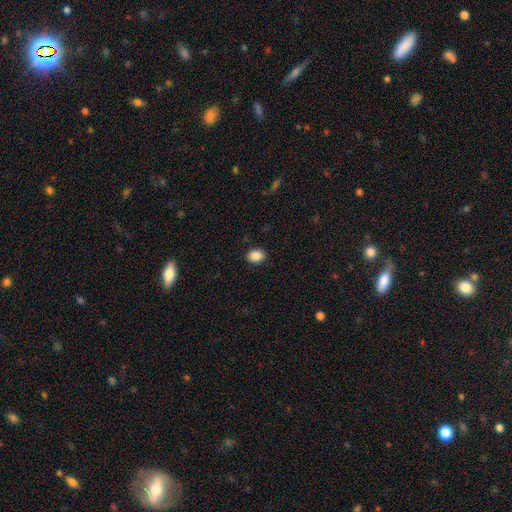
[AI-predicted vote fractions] smooth-or-featured: smooth: 88% | star or artifact: 9% | featured or disk: 3%
  how-rounded: in between: 60% | round: 39% | cigar-shaped: 1%
  merging: none: 90% | minor disturbance: 7% | major disturbance: 2% | merger: 1%